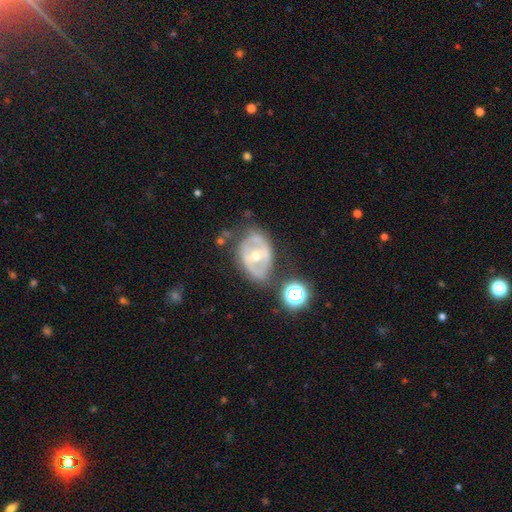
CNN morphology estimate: Smooth or featured?
  - featured or disk: 73% *
  - smooth: 19%
  - star or artifact: 8%
Edge-on disk?
  - no: 94% *
  - yes: 6%
Bar?
  - no: 40% *
  - weak: 34%
  - strong: 26%
Spiral arms?
  - no: 53% *
  - yes: 47%
Bulge size?
  - moderate: 60% *
  - small: 36%
  - large: 2%
  - none: 1%
  - dominant: 1%
Merging?
  - none: 60% *
  - minor disturbance: 23%
  - major disturbance: 11%
  - merger: 6%